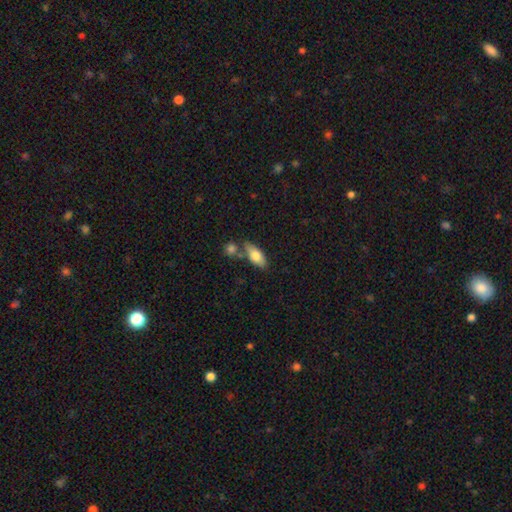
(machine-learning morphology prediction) smooth-or-featured: smooth: 75% | featured or disk: 19% | star or artifact: 6%
  how-rounded: in between: 80% | cigar-shaped: 17% | round: 3%
  merging: none: 62% | merger: 20% | minor disturbance: 14% | major disturbance: 4%